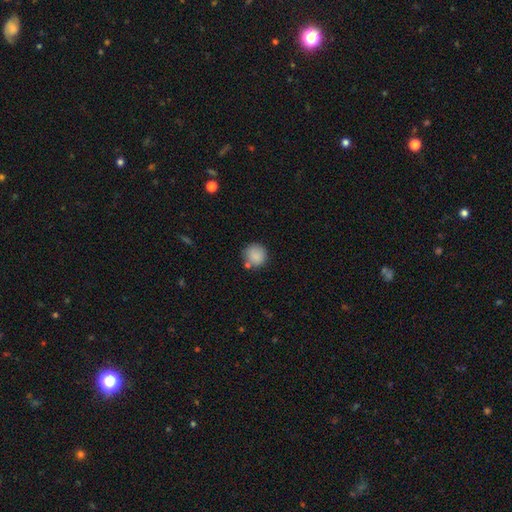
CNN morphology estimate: This is clearly a smooth galaxy (86%). How rounded: clearly round (91%). Merging: likely none (74%).